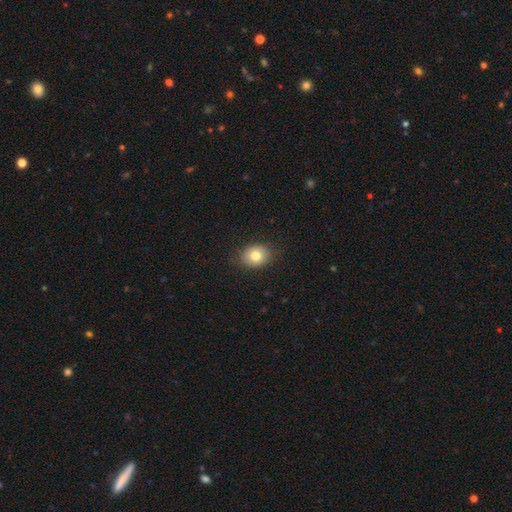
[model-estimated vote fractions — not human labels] The model was most divided on "how rounded": in between: 54%, round: 45%, cigar-shaped: 1%. More confident: merging — none (85%); smooth or featured — smooth (79%).